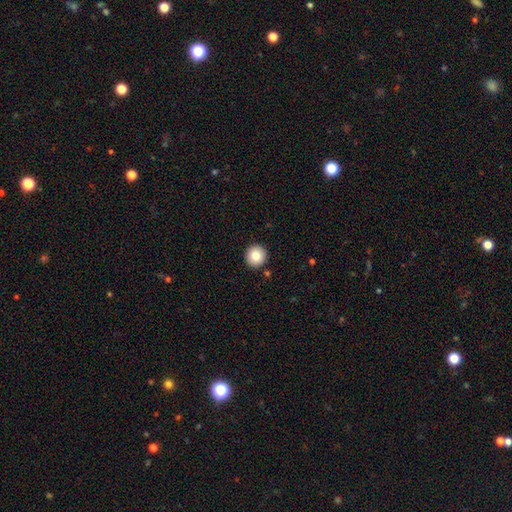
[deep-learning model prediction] Smooth or featured? Predicted: smooth (p=0.82). How rounded? Predicted: round (p=0.94). Merging? Predicted: none (p=0.92).